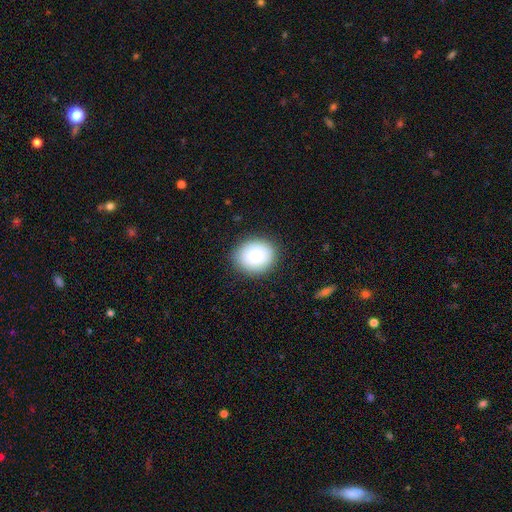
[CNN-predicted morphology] The model was most divided on "how rounded": round: 62%, in between: 37%, cigar-shaped: 1%. More confident: merging — none (87%); smooth or featured — smooth (86%).